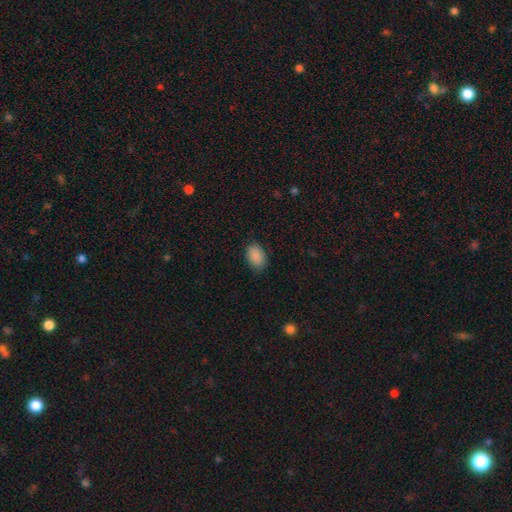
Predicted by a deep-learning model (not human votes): The model was most divided on "merging": none: 84%, minor disturbance: 12%, major disturbance: 3%, merger: 1%. More confident: smooth or featured — smooth (90%); how rounded — in between (89%).